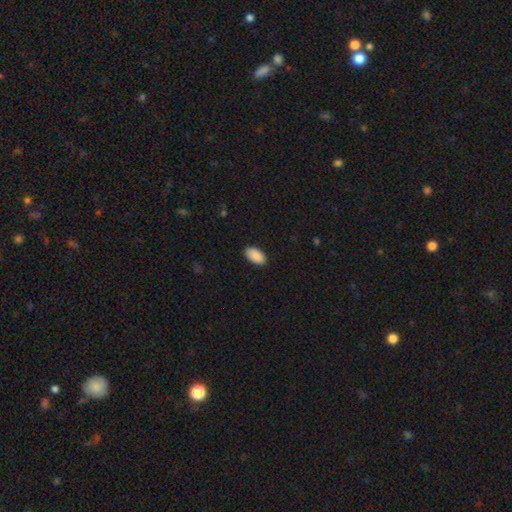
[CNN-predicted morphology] This is clearly a smooth galaxy (91%). How rounded: clearly in between (96%). Merging: clearly none (89%).